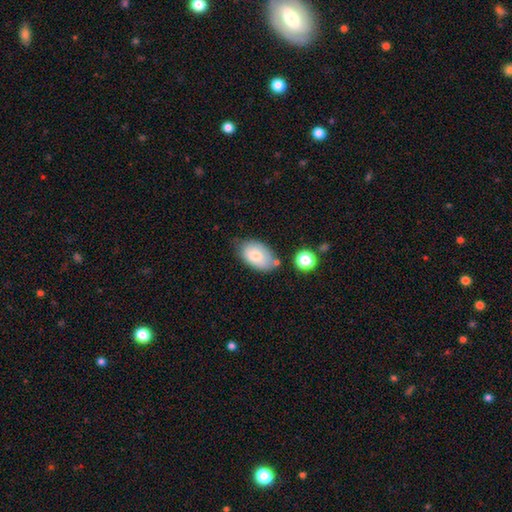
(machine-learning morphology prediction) Smooth or featured: smooth — 77% (featured or disk — 16%)
How rounded: in between — 92% (round — 6%)
Merging: none — 61% (minor disturbance — 24%)